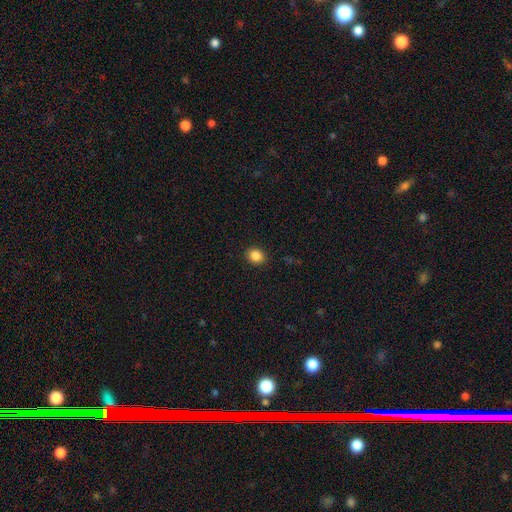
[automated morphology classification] smooth_or_featured: smooth (p=0.86) [alt: star or artifact p=0.10]
how_rounded: round (p=0.63) [alt: in between p=0.37]
merging: none (p=0.90) [alt: minor disturbance p=0.06]